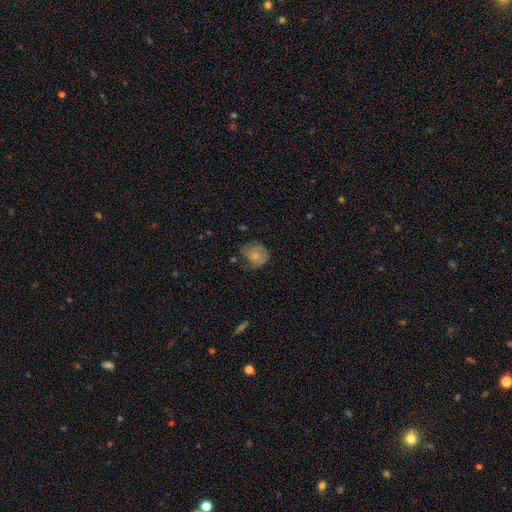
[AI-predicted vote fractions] Smooth or featured? Predicted: smooth (p=0.65). How rounded? Predicted: round (p=0.72). Merging? Predicted: none (p=0.52).